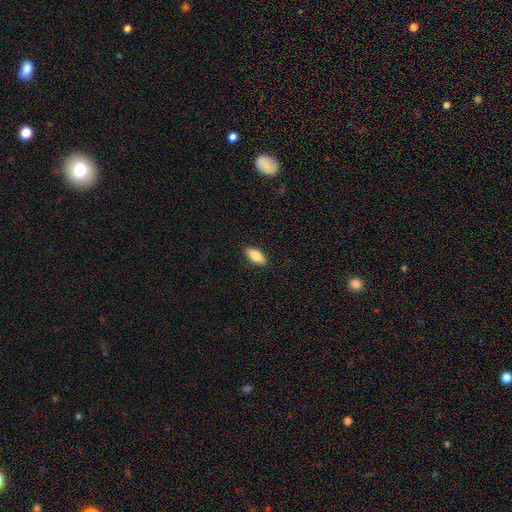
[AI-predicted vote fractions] Smooth or featured: smooth — 81% (featured or disk — 13%)
How rounded: in between — 81% (cigar-shaped — 17%)
Merging: none — 88% (minor disturbance — 9%)